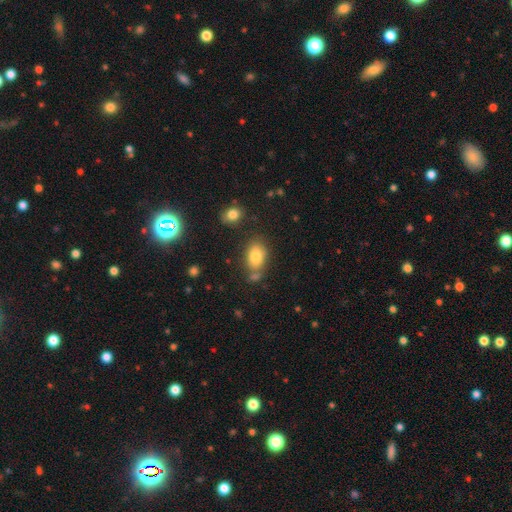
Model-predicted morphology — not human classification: Smooth or featured? Predicted: smooth (p=0.81). How rounded? Predicted: in between (p=0.85). Merging? Predicted: none (p=0.65).